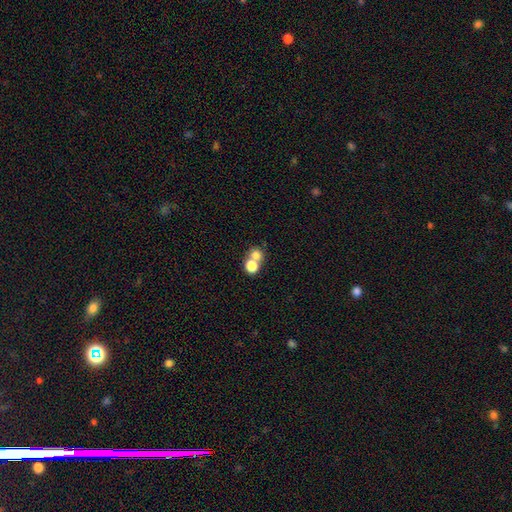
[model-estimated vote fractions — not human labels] Smooth or featured? smooth (75%)
How rounded? round (75%)
Merging? merger (54%)